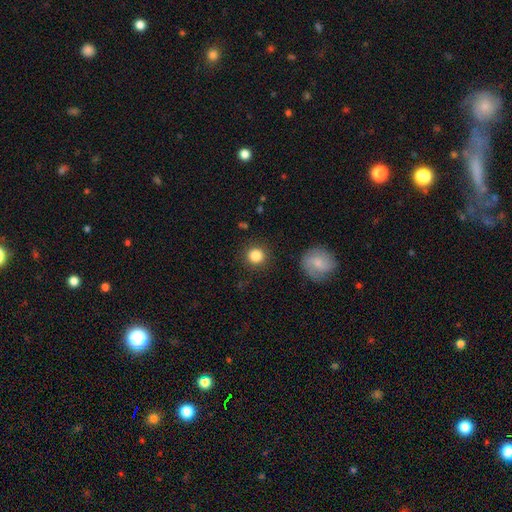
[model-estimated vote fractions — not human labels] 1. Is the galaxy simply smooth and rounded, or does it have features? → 85% smooth, 9% star or artifact, 6% featured or disk.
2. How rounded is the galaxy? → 93% round, 6% in between, 1% cigar-shaped.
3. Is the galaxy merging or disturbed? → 89% none, 7% minor disturbance, 3% major disturbance, 2% merger.